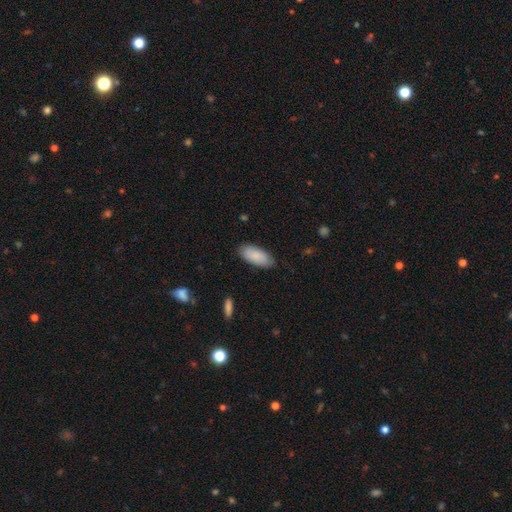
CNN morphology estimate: Q: Smooth or featured?
A: smooth (85%); runner-up: featured or disk (9%)
Q: How rounded?
A: in between (89%); runner-up: cigar-shaped (9%)
Q: Merging?
A: none (82%); runner-up: minor disturbance (14%)